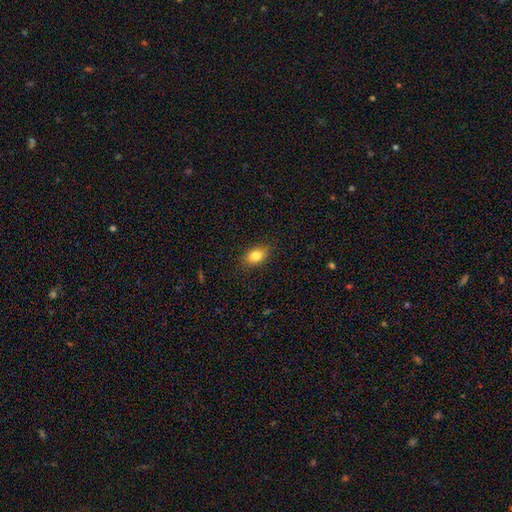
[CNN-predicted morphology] smooth 83%, star or artifact 9%, featured or disk 8%. Down the decision tree: how rounded — in between (81%); merging — none (87%).